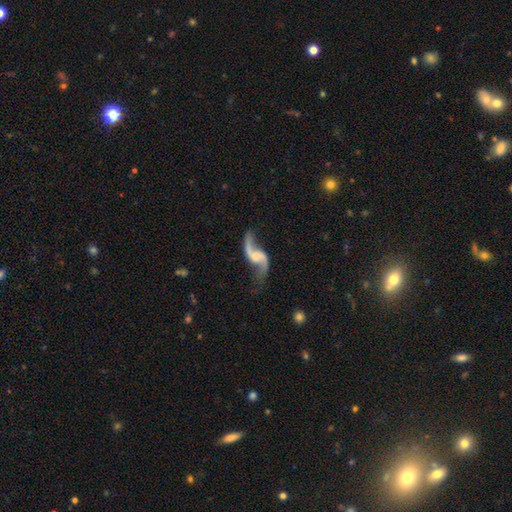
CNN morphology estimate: This is clearly a featured or disk galaxy (91%). It is clearly not viewed edge-on (97%). Bar: possibly no (48%). Spiral arm pattern: clearly yes (96%). Spiral arm count: clearly 2 (93%). Spiral winding: clearly loose (89%). Central bulge: marginally none (44%). Merging: likely none (66%).